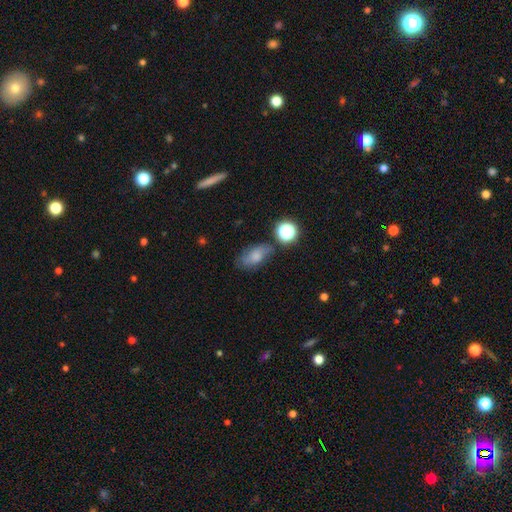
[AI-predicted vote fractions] The model was most divided on "merging": none: 59%, minor disturbance: 25%, major disturbance: 10%, merger: 6%. More confident: how rounded — in between (84%); smooth or featured — smooth (61%).